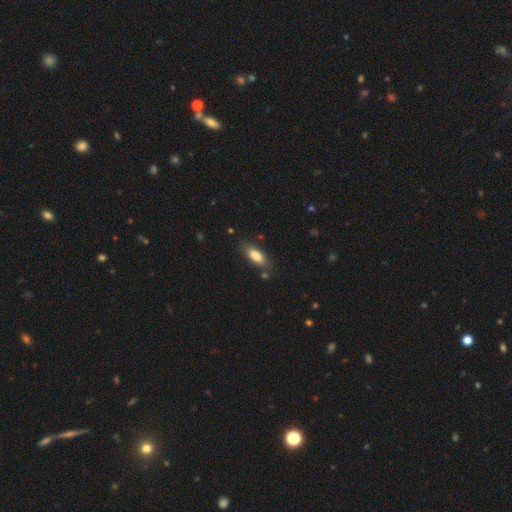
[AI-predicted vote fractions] This is clearly a smooth galaxy (82%). How rounded: likely in between (77%). Merging: clearly none (81%).